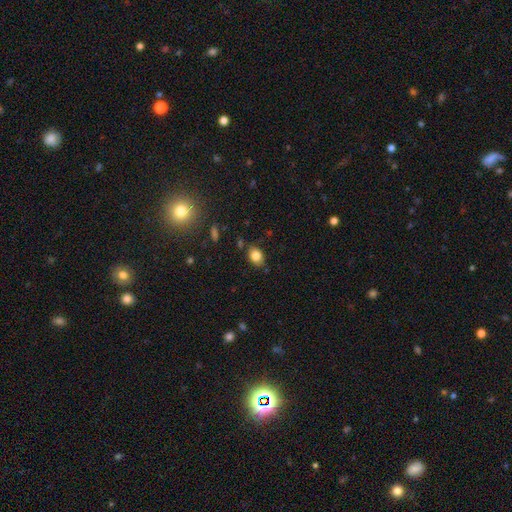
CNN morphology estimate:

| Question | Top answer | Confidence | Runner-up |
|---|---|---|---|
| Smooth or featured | smooth | 82% | star or artifact (10%) |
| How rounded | in between | 67% | round (32%) |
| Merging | none | 78% | minor disturbance (15%) |